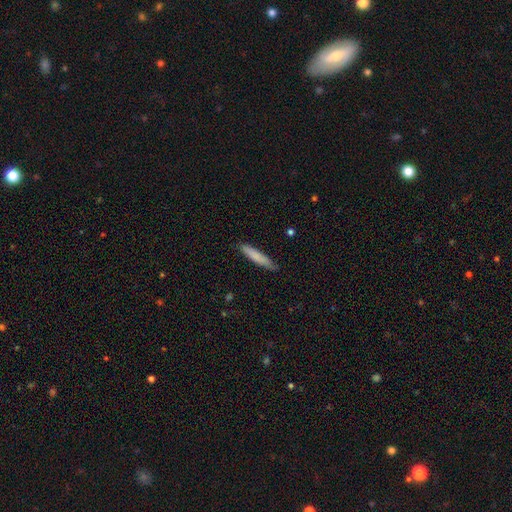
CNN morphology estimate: This is likely a smooth galaxy (79%). How rounded: clearly cigar-shaped (89%). Merging: clearly none (82%).